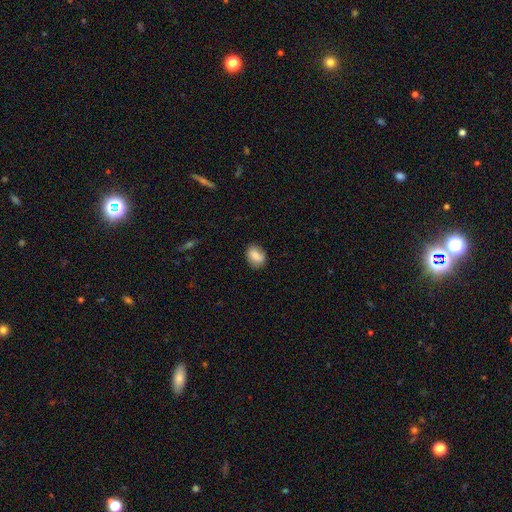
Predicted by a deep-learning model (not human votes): Smooth or featured?
  - smooth: 78% *
  - featured or disk: 14%
  - star or artifact: 8%
How rounded?
  - in between: 69% *
  - round: 30%
  - cigar-shaped: 2%
Merging?
  - none: 74% *
  - minor disturbance: 19%
  - major disturbance: 5%
  - merger: 2%